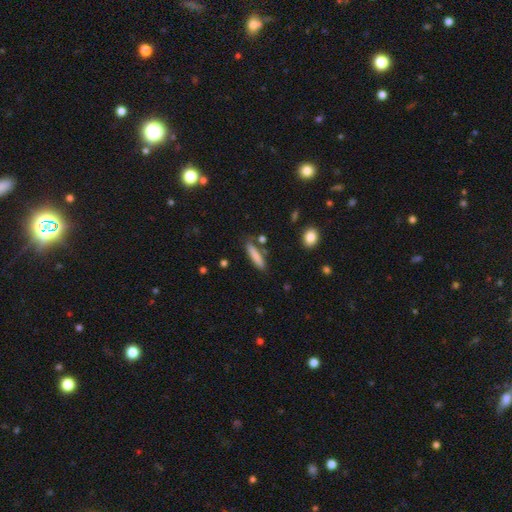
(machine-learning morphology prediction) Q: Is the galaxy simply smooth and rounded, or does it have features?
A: smooth — 83%.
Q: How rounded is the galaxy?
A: cigar-shaped — 84%.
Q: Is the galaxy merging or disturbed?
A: none — 81%.